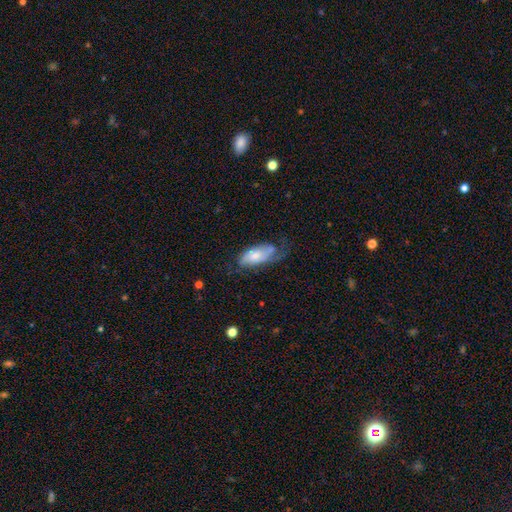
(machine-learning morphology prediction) A smooth galaxy with no disk features (54%) that is in between round and cigar-shaped (86%). Merging: none (37%).